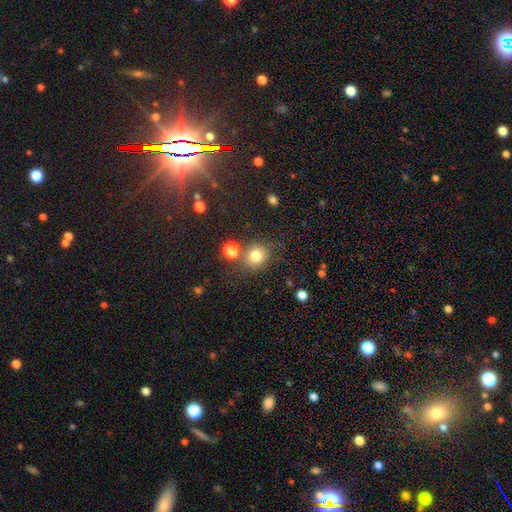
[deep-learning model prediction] smooth-or-featured: smooth: 79% | star or artifact: 14% | featured or disk: 8%
  how-rounded: round: 84% | in between: 15% | cigar-shaped: 1%
  merging: none: 72% | merger: 12% | minor disturbance: 11% | major disturbance: 4%